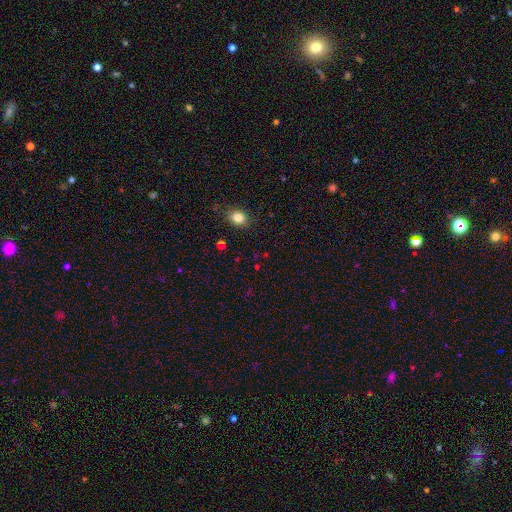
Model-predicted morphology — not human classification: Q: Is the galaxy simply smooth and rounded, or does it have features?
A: smooth — 68%.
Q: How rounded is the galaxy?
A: round — 56%.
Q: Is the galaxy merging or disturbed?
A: none — 85%.